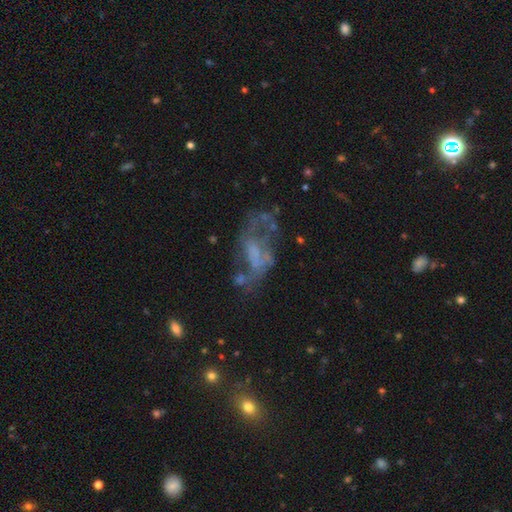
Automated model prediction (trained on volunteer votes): smooth_or_featured: featured or disk (p=0.61) [alt: smooth p=0.22]
disk_edge_on: no (p=0.95) [alt: yes p=0.05]
bar: no (p=0.64) [alt: weak p=0.27]
has_spiral_arms: no (p=0.65) [alt: yes p=0.35]
bulge_size: none (p=0.54) [alt: small p=0.21]
merging: major disturbance (p=0.36) [alt: none p=0.35]